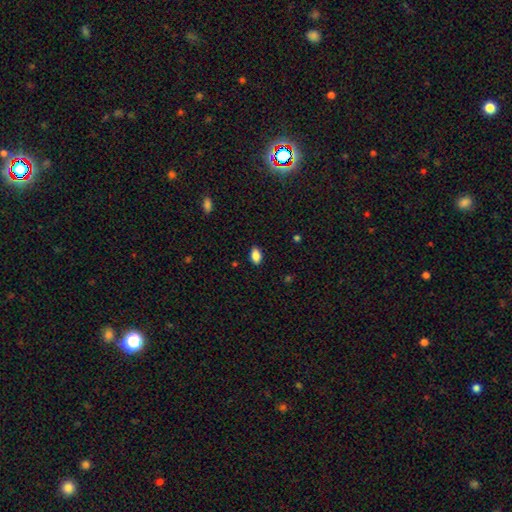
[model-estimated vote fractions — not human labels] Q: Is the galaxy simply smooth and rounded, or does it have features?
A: smooth — 87%.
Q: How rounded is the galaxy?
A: in between — 91%.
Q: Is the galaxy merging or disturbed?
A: none — 87%.